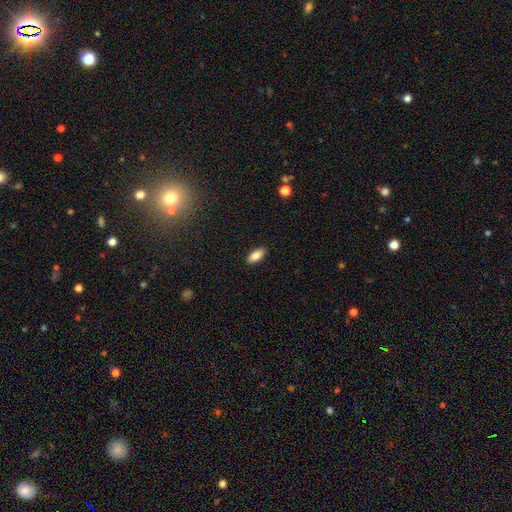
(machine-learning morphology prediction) smooth-or-featured: smooth: 85% | featured or disk: 8% | star or artifact: 7%
  how-rounded: in between: 88% | cigar-shaped: 9% | round: 2%
  merging: none: 89% | minor disturbance: 8% | major disturbance: 2% | merger: 1%